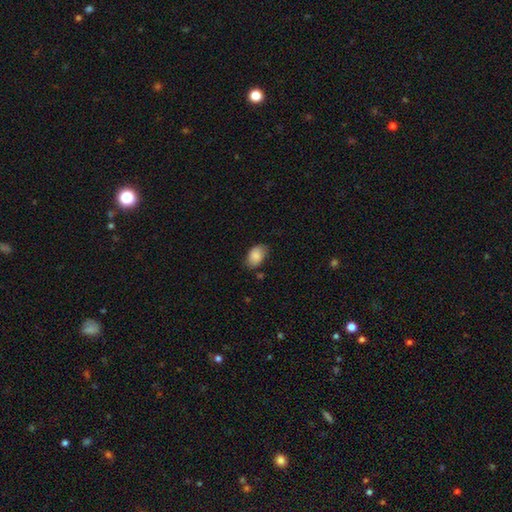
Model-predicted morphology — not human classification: Smooth or featured: smooth — 85% (featured or disk — 8%)
How rounded: in between — 88% (round — 10%)
Merging: none — 71% (minor disturbance — 23%)